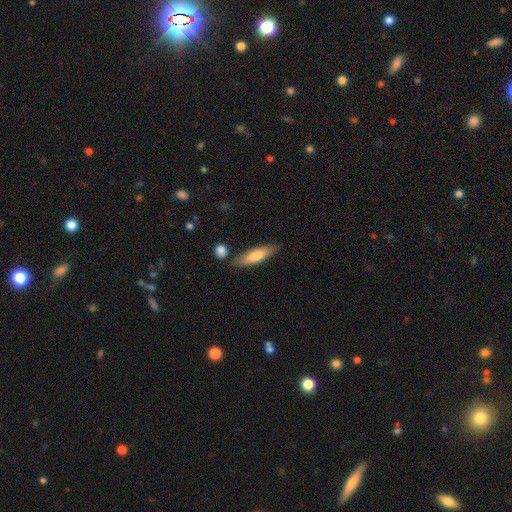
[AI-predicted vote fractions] This is likely a smooth galaxy (72%). How rounded: likely cigar-shaped (64%). Merging: likely none (79%).